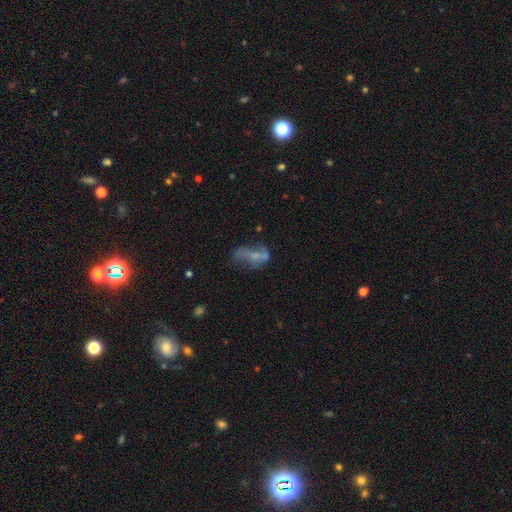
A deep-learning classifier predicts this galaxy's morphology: This appears to be a featured or disk galaxy (43%, tied with smooth). Merging: none (29%, tied with major disturbance).